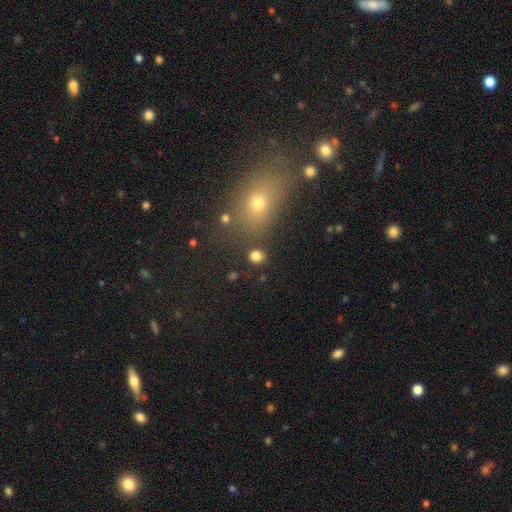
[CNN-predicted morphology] type=smooth (81%); roundness=round (81%); merging=none (83%).